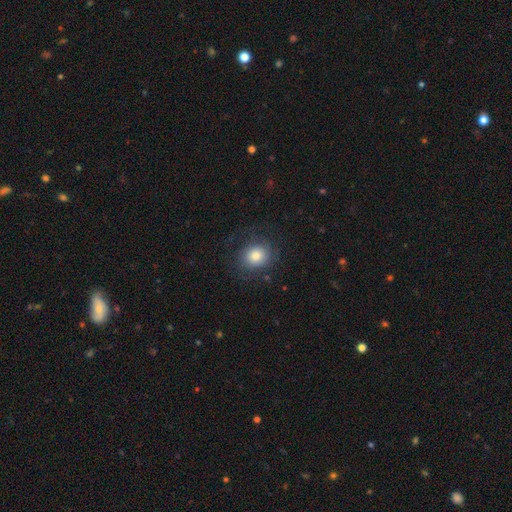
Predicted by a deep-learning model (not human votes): This appears to be a smooth galaxy with no disk features (78%) that is round (76%). Merging: none (76%).